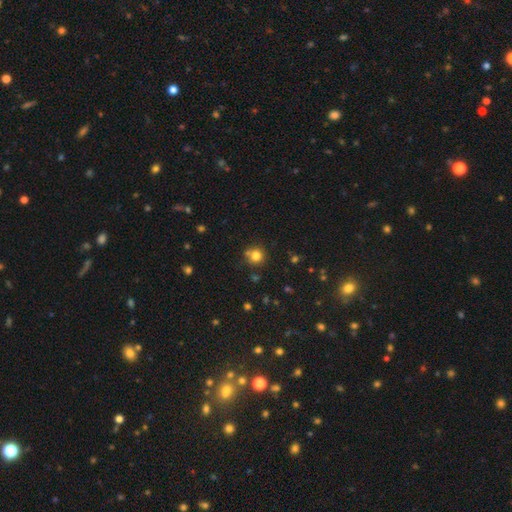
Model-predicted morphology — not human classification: Smooth or featured? smooth (80%)
How rounded? round (92%)
Merging? none (73%)